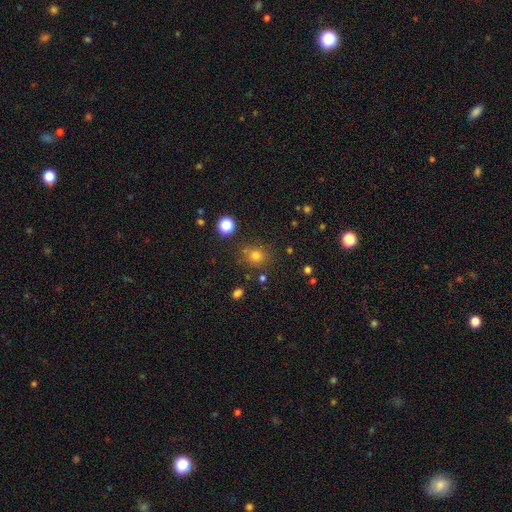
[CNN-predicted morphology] This appears to be a smooth galaxy with no disk features (73%) that is round (80%). Merging: none (79%).